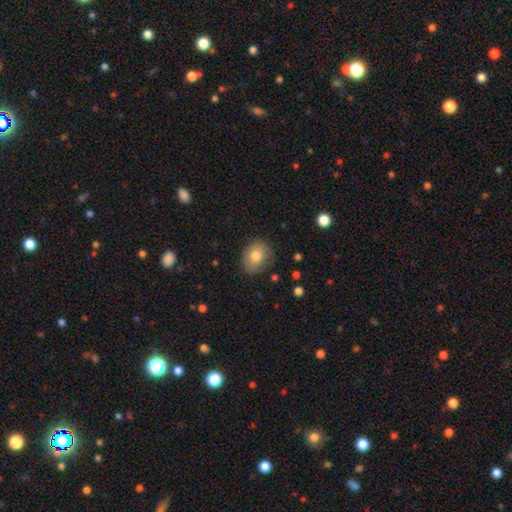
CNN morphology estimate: This is likely a smooth galaxy (78%). How rounded: possibly round (55%). Merging: clearly none (81%).